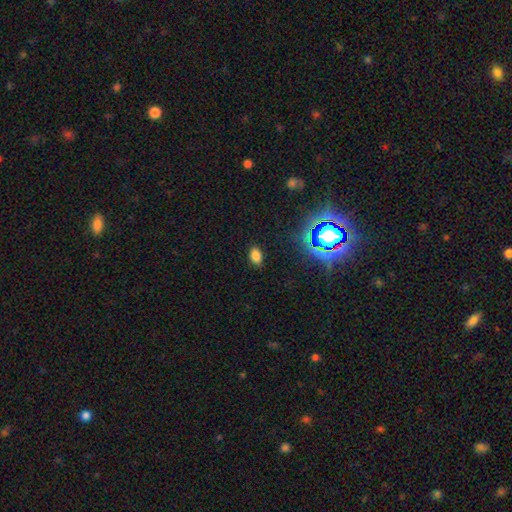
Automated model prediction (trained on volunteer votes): Q: Smooth or featured?
A: smooth (75%); runner-up: star or artifact (20%)
Q: How rounded?
A: in between (88%); runner-up: round (10%)
Q: Merging?
A: none (86%); runner-up: minor disturbance (10%)